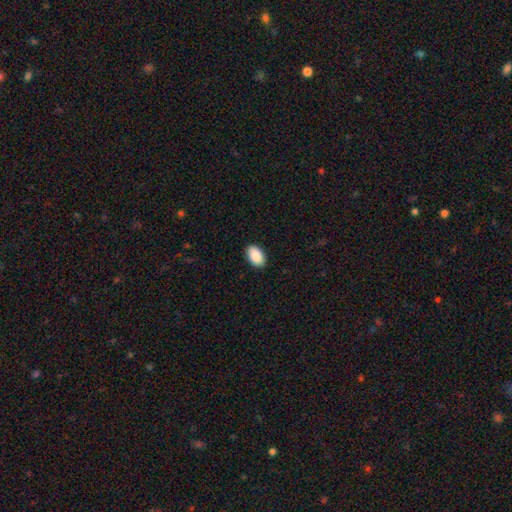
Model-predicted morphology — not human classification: Overall: smooth (91%). How rounded: in between (92%). Merging: none (89%).